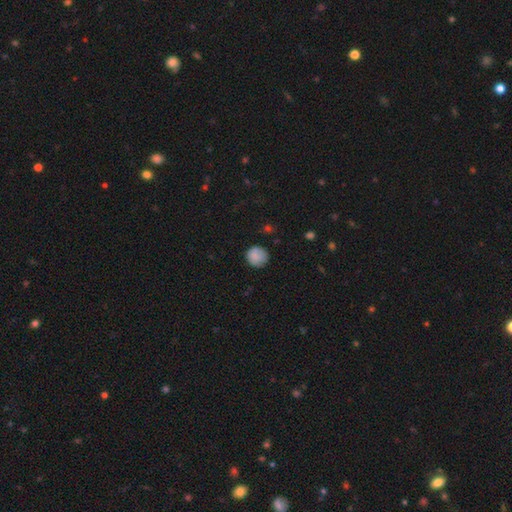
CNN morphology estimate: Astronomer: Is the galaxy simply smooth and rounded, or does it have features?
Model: smooth — 84%.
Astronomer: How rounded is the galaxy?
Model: round — 91%.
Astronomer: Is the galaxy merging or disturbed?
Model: none — 80%.